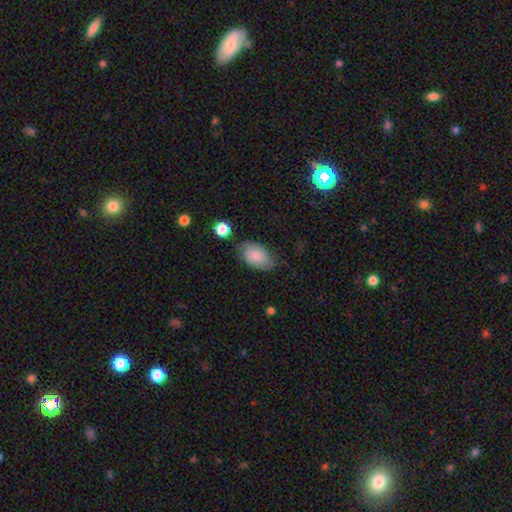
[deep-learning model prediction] Overall: smooth (70%). How rounded: in between (91%). Merging: none (64%; minor disturbance 25%).